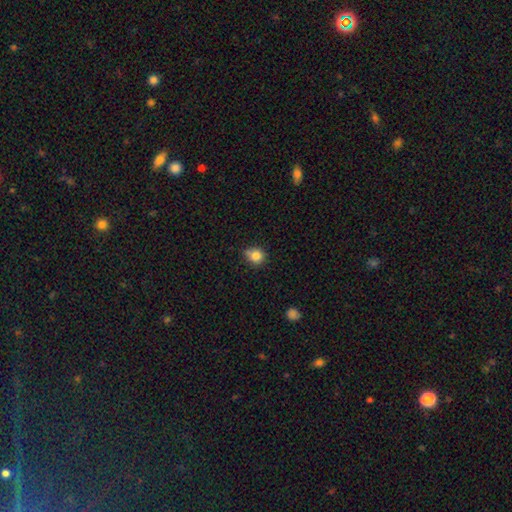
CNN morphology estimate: smooth 83%, star or artifact 11%, featured or disk 6%. Down the decision tree: how rounded — round (81%); merging — none (62%).